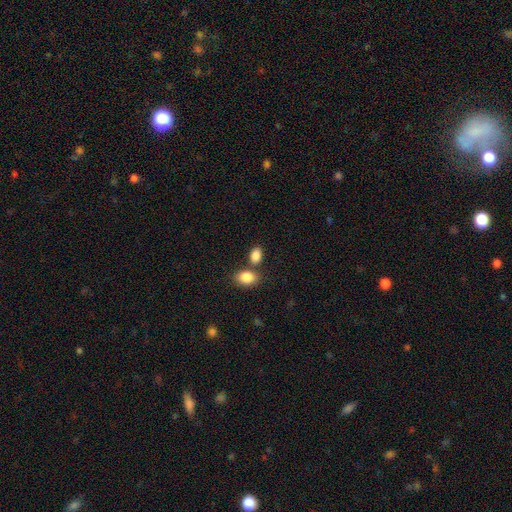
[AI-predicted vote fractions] The model was most divided on "merging": none: 57%, merger: 28%, minor disturbance: 11%, major disturbance: 3%. More confident: smooth or featured — smooth (86%); how rounded — in between (83%).